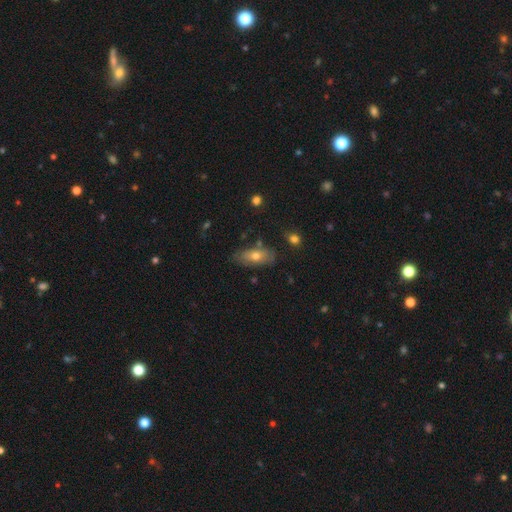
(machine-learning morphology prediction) Smooth or featured? smooth (64%)
How rounded? in between (83%)
Merging? none (72%)